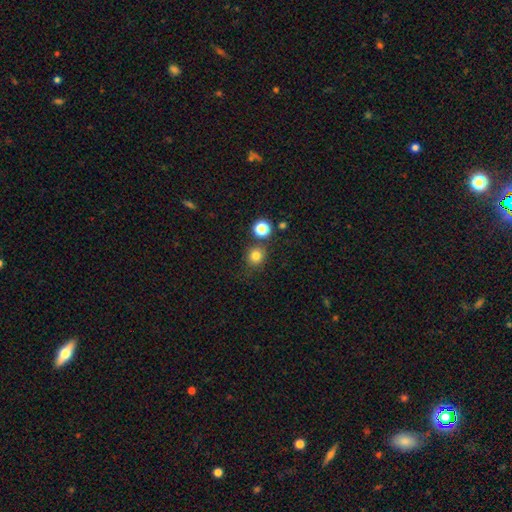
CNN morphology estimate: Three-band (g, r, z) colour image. It shows a smooth galaxy with no disk features (80%) that is round (88%). Merging: none (75%).